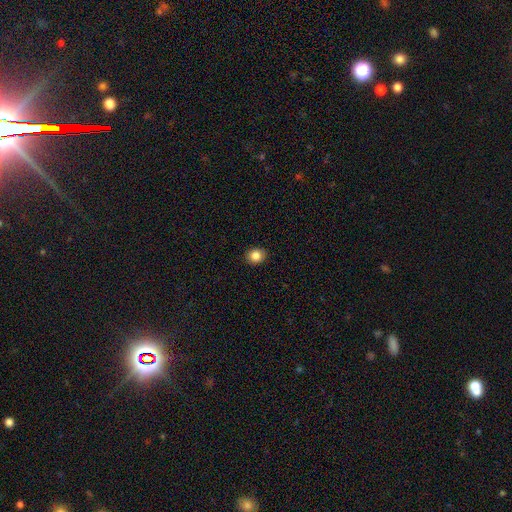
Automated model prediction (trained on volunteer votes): Smooth or featured: smooth — 84% (star or artifact — 10%)
How rounded: round — 70% (in between — 29%)
Merging: none — 91% (minor disturbance — 6%)